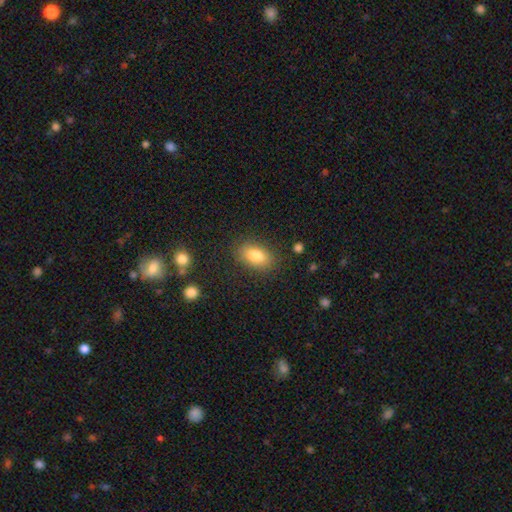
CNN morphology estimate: smooth 82%, featured or disk 9%, star or artifact 8%. Down the decision tree: how rounded — in between (89%); merging — none (84%).